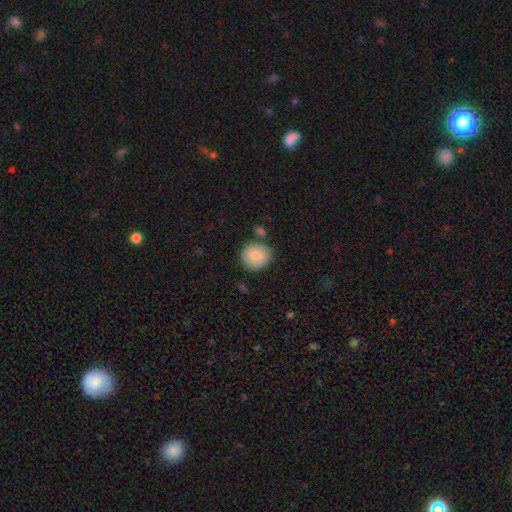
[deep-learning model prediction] This is clearly a smooth galaxy (86%). How rounded: likely round (75%). Merging: likely none (74%).